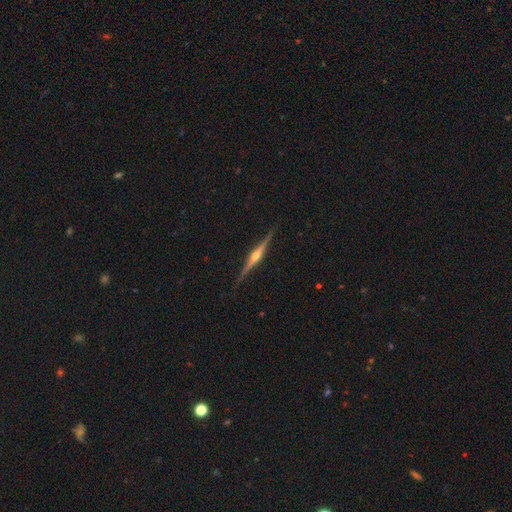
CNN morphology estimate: This is clearly a featured or disk galaxy (84%). It is clearly viewed edge-on (98%). Edge-on bulge: clearly rounded (93%). Merging: clearly none (90%).